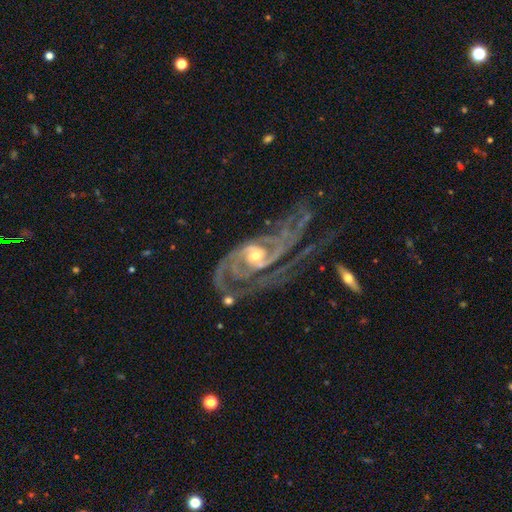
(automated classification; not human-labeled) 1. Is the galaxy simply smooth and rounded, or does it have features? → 92% featured or disk, 5% star or artifact, 4% smooth.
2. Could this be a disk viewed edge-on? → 96% no, 4% yes.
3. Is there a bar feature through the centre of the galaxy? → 46% no, 36% weak, 18% strong.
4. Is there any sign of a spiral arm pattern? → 98% yes, 2% no.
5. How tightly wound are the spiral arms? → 45% medium, 39% tight, 17% loose.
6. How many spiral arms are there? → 53% 2, 17% 3, 12% can't tell, 7% 4, 6% 1, 6% more than 4.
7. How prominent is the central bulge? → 59% moderate, 34% small, 4% large, 1% none, 1% dominant.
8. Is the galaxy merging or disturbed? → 45% none, 31% major disturbance, 19% minor disturbance, 5% merger.